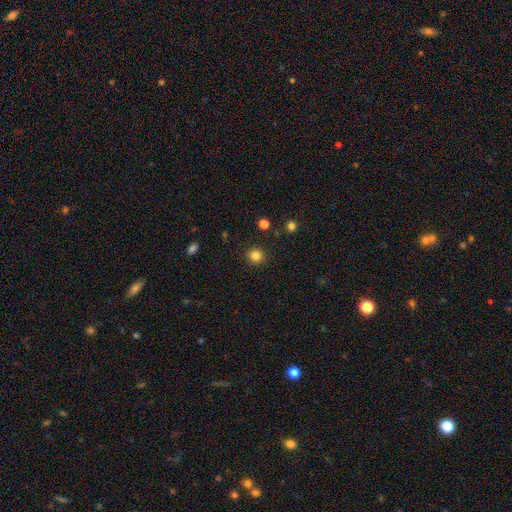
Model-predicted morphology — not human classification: Smooth or featured? Predicted: smooth (p=0.83). How rounded? Predicted: round (p=0.93). Merging? Predicted: none (p=0.92).